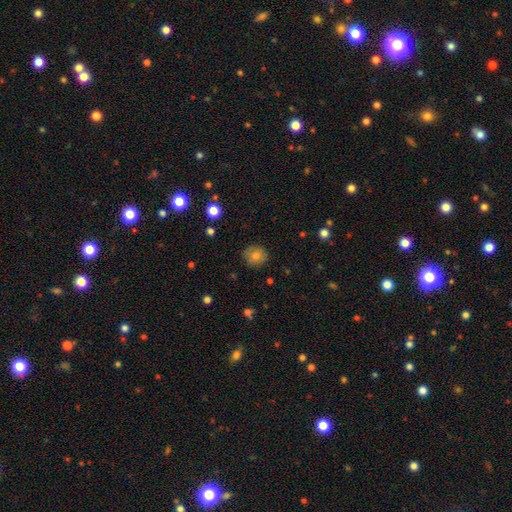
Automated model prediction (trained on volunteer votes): Smooth or featured?
  - smooth: 77% *
  - featured or disk: 14%
  - star or artifact: 10%
How rounded?
  - round: 86% *
  - in between: 13%
  - cigar-shaped: 1%
Merging?
  - none: 86% *
  - minor disturbance: 10%
  - major disturbance: 2%
  - merger: 1%